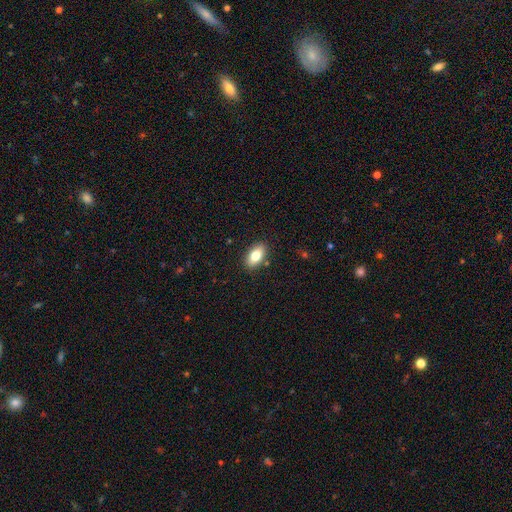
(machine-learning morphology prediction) This is likely a smooth galaxy (80%). How rounded: clearly in between (91%). Merging: clearly none (88%).